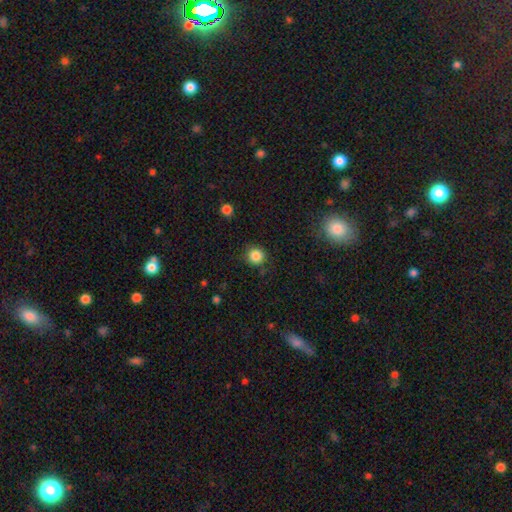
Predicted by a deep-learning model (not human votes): A smooth galaxy with no disk features (85%) that is round (91%). Merging: none (85%).